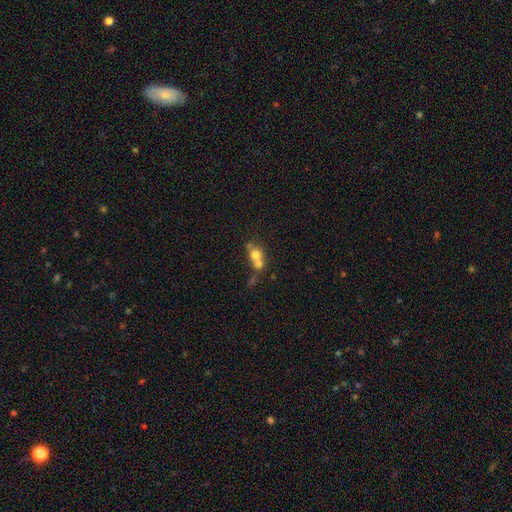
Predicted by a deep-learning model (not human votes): smooth-or-featured: smooth: 64% | featured or disk: 23% | star or artifact: 12%
  how-rounded: round: 67% | in between: 31% | cigar-shaped: 3%
  merging: merger: 64% | none: 23% | minor disturbance: 7% | major disturbance: 6%